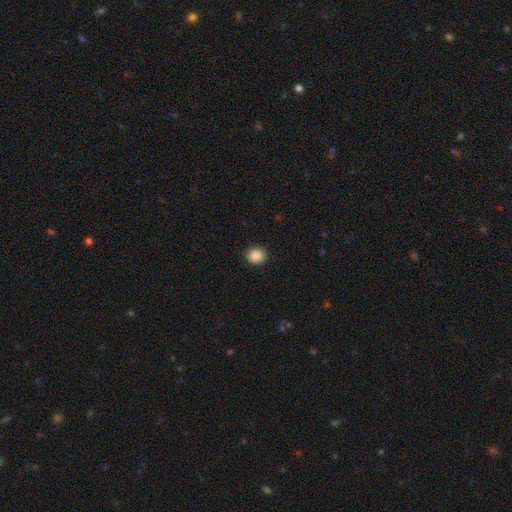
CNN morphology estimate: Q: Smooth or featured?
A: smooth (88%); runner-up: star or artifact (9%)
Q: How rounded?
A: round (87%); runner-up: in between (12%)
Q: Merging?
A: none (91%); runner-up: minor disturbance (6%)